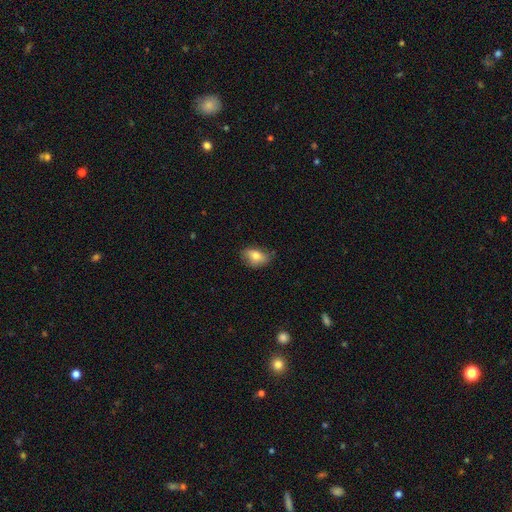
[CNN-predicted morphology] This is likely a smooth galaxy (78%). How rounded: clearly in between (85%). Merging: likely none (68%).